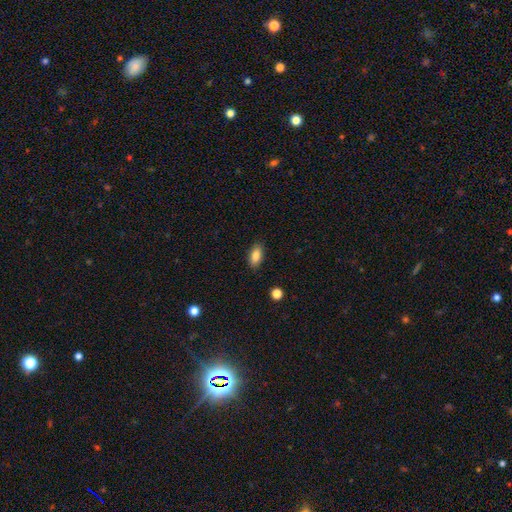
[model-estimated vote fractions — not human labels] Q: Smooth or featured?
A: smooth (85%); runner-up: star or artifact (8%)
Q: How rounded?
A: in between (88%); runner-up: cigar-shaped (8%)
Q: Merging?
A: none (87%); runner-up: minor disturbance (9%)